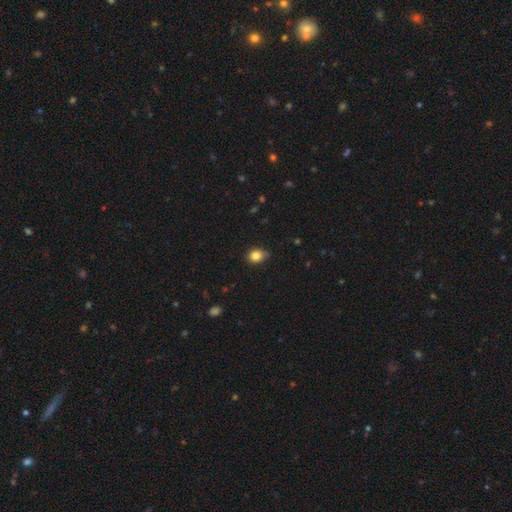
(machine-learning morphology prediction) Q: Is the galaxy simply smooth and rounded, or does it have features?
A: smooth — 83%.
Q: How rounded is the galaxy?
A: round — 50%.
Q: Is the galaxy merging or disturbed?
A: none — 76%.